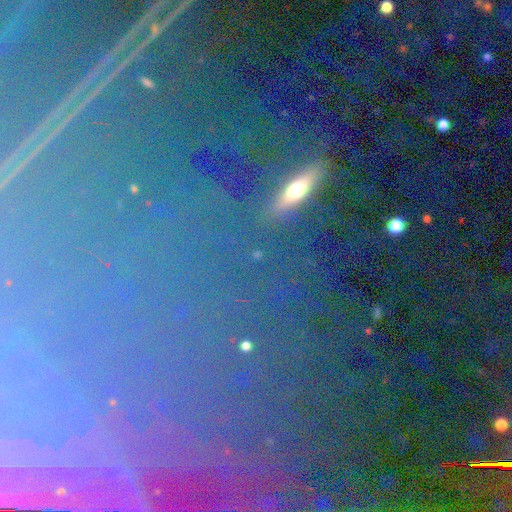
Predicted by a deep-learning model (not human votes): Overall: star or artifact (45%; smooth 28%).